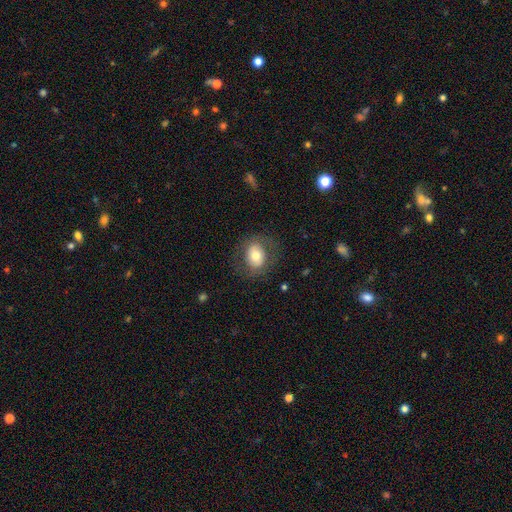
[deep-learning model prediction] A smooth galaxy with no disk features (68%) that is in between round and cigar-shaped (51%).

Vote fractions:
- Smooth or featured? smooth: 68% / featured or disk: 23% / star or artifact: 8%
- How rounded? in between: 51% / round: 48% / cigar-shaped: 1%
- Merging? none: 78% / minor disturbance: 13% / major disturbance: 8% / merger: 1%